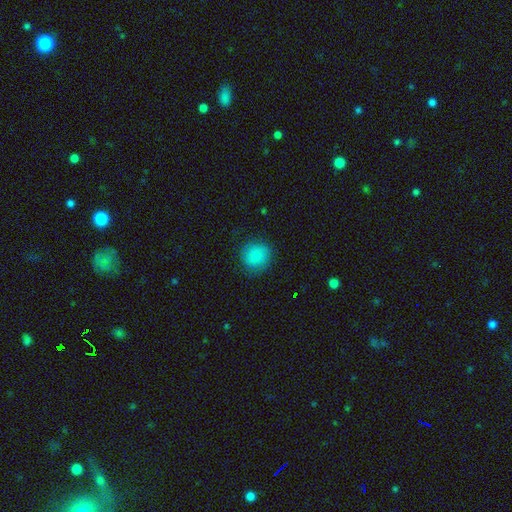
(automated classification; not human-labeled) A smooth galaxy with no disk features (87%) that is round (89%). Merging: none (85%).